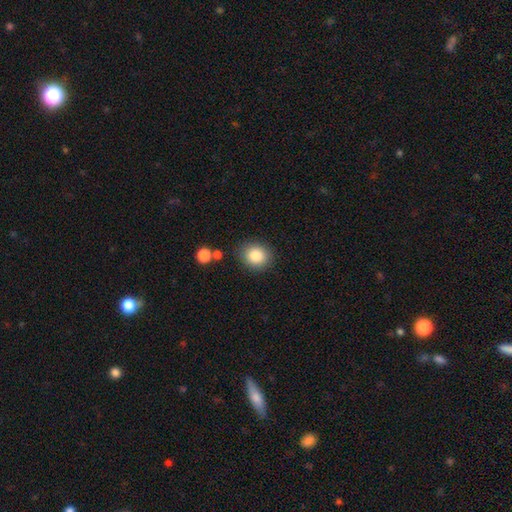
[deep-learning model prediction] The model was most divided on "how rounded": round: 76%, in between: 23%, cigar-shaped: 1%. More confident: merging — none (85%); smooth or featured — smooth (84%).